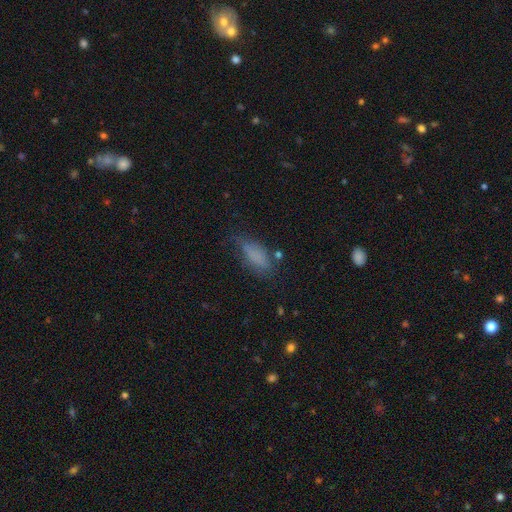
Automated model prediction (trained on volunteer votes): This appears to be a smooth galaxy with no disk features (74%) that is in between round and cigar-shaped (72%). Merging: none (48%).